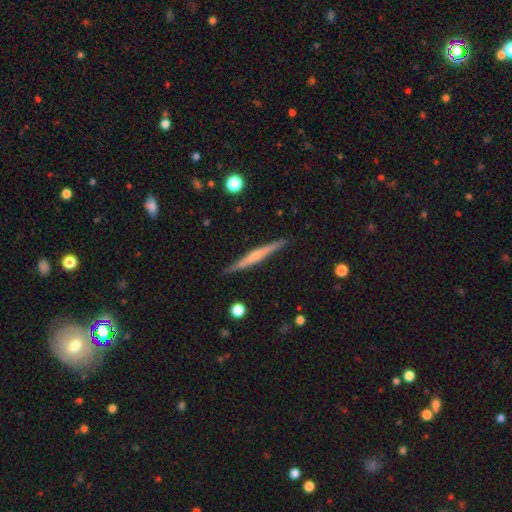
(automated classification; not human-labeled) The model was most divided on "edge-on bulge" (2-way tie): rounded: 43%, none: 43%, boxy: 14%. More confident: edge-on disk — yes (98%); merging — none (89%); smooth or featured — featured or disk (60%).